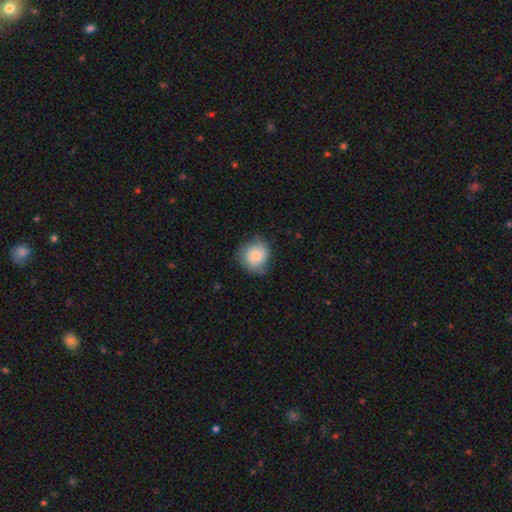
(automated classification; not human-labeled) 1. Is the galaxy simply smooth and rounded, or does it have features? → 71% smooth, 21% featured or disk, 8% star or artifact.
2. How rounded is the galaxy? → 84% round, 15% in between, 1% cigar-shaped.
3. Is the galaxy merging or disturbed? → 66% none, 26% minor disturbance, 7% major disturbance, 1% merger.